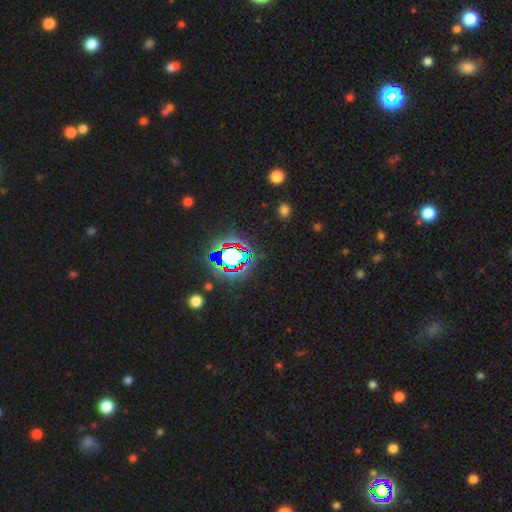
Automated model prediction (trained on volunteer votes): A star or artifact, not a galaxy (82%).

Vote fractions:
- Smooth or featured? star or artifact: 82% / smooth: 11% / featured or disk: 7%